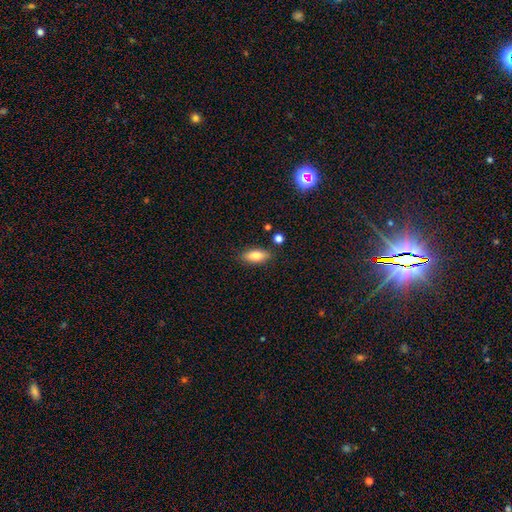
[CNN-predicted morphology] Smooth or featured? smooth (77%)
How rounded? in between (80%)
Merging? none (84%)